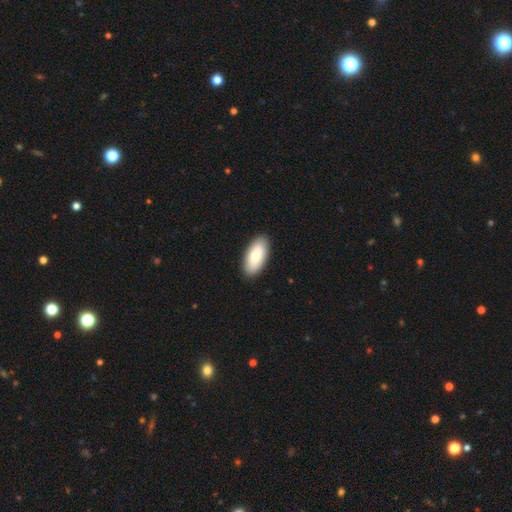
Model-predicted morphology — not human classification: A smooth galaxy with no disk features (79%) that is in between round and cigar-shaped (92%).

Vote fractions:
- Smooth or featured? smooth: 79% / featured or disk: 16% / star or artifact: 5%
- How rounded? in between: 92% / cigar-shaped: 6% / round: 2%
- Merging? none: 90% / minor disturbance: 7% / major disturbance: 2% / merger: 1%